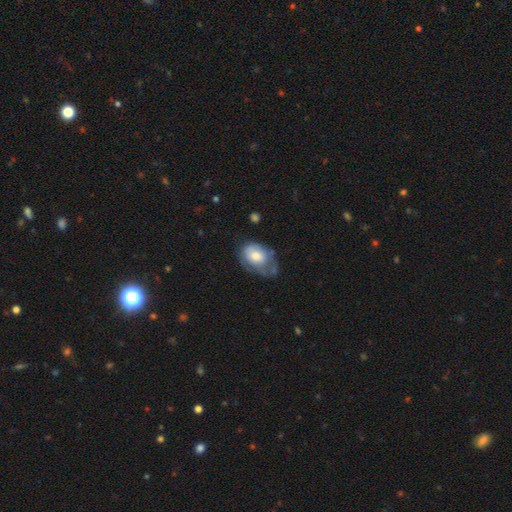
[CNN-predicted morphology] A smooth galaxy with no disk features (63%) that is in between round and cigar-shaped (73%). Merging: minor disturbance (36%).